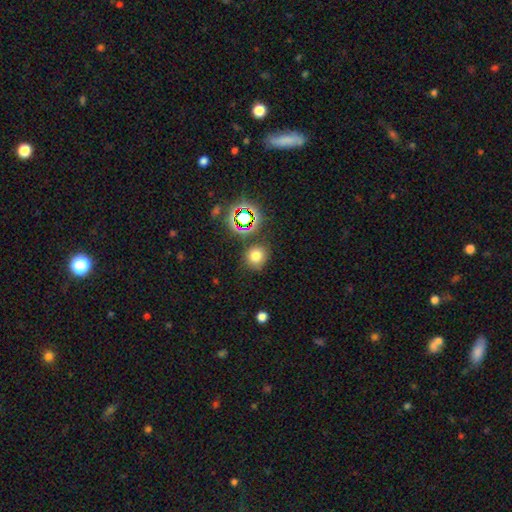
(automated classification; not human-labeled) Q: Smooth or featured?
A: smooth (72%); runner-up: star or artifact (21%)
Q: How rounded?
A: round (82%); runner-up: in between (17%)
Q: Merging?
A: none (80%); runner-up: minor disturbance (11%)